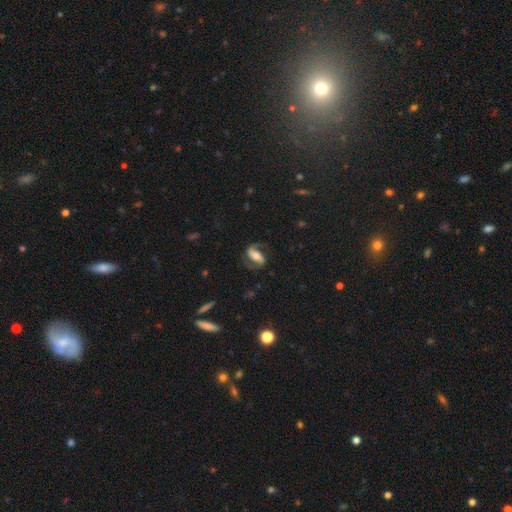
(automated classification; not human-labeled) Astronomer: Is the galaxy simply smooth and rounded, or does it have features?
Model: featured or disk — 76%.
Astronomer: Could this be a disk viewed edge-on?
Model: no — 94%.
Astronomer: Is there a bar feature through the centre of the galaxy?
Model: strong — 51% (runner-up: weak, 27%).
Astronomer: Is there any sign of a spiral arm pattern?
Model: yes — 92%.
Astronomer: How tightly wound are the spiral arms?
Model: medium — 45% (runner-up: loose, 39%).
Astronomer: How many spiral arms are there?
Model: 2 — 90%.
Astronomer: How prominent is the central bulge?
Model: moderate — 58%.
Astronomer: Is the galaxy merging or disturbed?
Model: none — 72%.